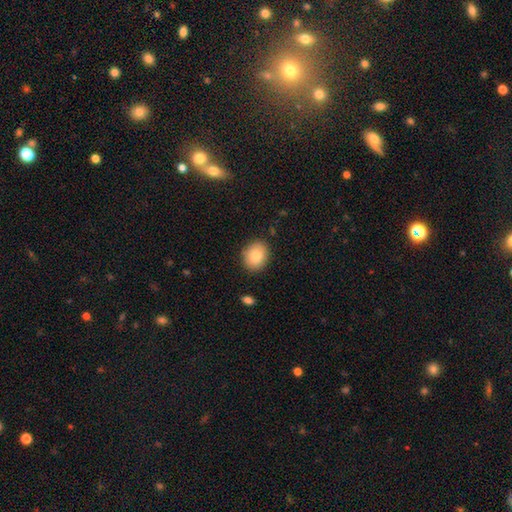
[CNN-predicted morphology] smooth-or-featured: smooth: 84% | featured or disk: 8% | star or artifact: 8%
  how-rounded: round: 57% | in between: 42% | cigar-shaped: 1%
  merging: none: 86% | minor disturbance: 10% | major disturbance: 2% | merger: 1%